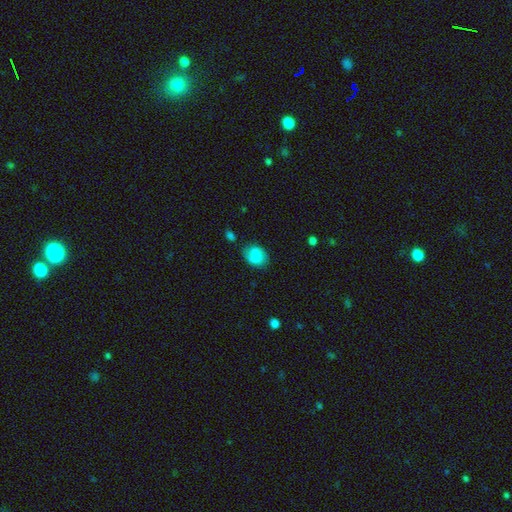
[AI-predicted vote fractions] Smooth or featured? Predicted: smooth (p=0.70). How rounded? Predicted: in between (p=0.62). Merging? Predicted: none (p=0.67).